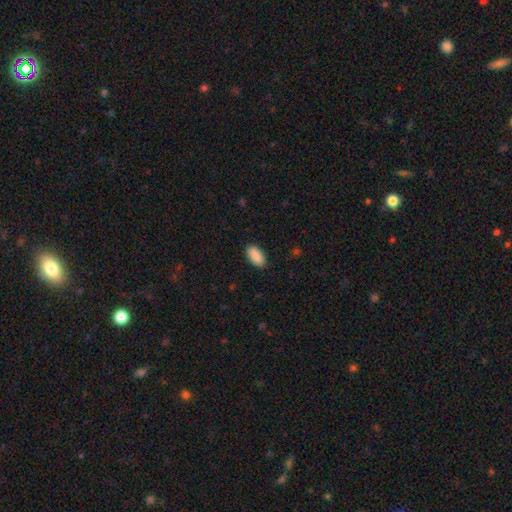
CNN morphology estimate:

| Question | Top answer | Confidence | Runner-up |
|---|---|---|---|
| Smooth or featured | smooth | 91% | star or artifact (7%) |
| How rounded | in between | 93% | cigar-shaped (5%) |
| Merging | none | 89% | minor disturbance (8%) |